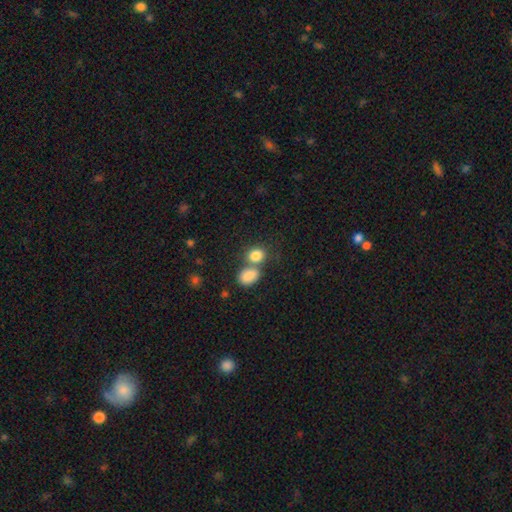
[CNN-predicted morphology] smooth_or_featured: smooth (p=0.84) [alt: star or artifact p=0.09]
how_rounded: round (p=0.52) [alt: in between p=0.47]
merging: none (p=0.44) [tied with: merger p=0.44]